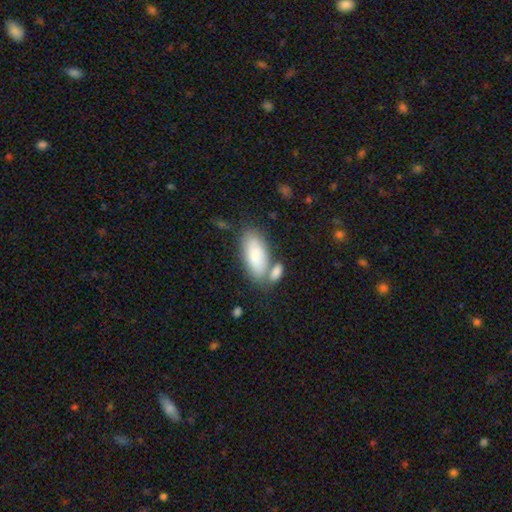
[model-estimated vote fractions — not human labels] Smooth or featured: smooth — 81% (featured or disk — 13%)
How rounded: in between — 87% (cigar-shaped — 11%)
Merging: none — 54% (merger — 26%)